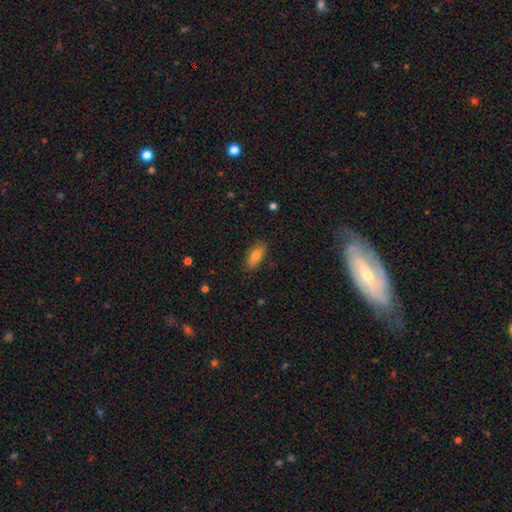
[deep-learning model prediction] This appears to be a smooth galaxy with no disk features (78%) that is in between round and cigar-shaped (83%). Merging: none (86%).